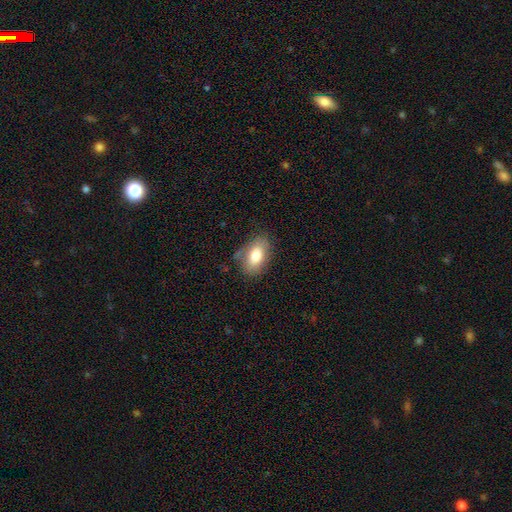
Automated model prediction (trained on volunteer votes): smooth-or-featured: smooth: 77% | featured or disk: 16% | star or artifact: 8%
  how-rounded: in between: 89% | round: 8% | cigar-shaped: 3%
  merging: none: 75% | minor disturbance: 18% | major disturbance: 5% | merger: 2%